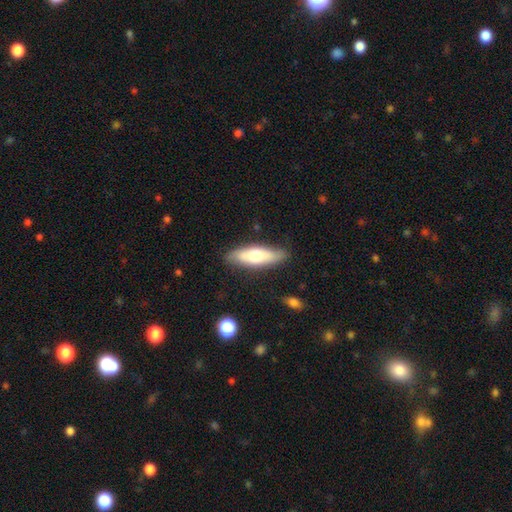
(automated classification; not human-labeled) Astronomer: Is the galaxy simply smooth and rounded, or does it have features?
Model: smooth — 61%.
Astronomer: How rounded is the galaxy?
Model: in between — 52% (runner-up: cigar-shaped, 46%).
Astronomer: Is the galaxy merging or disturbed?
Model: none — 82%.